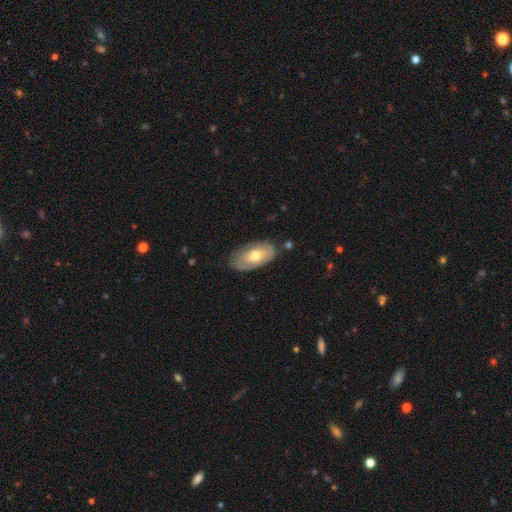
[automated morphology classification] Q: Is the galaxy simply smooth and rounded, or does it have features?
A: smooth — 52%.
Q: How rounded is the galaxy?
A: in between — 93%.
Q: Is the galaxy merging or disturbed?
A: none — 72%.